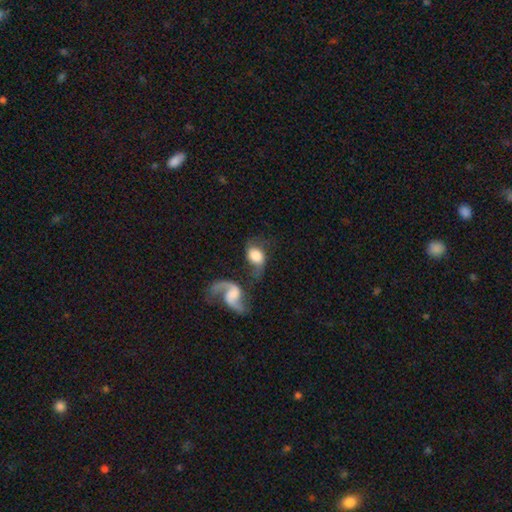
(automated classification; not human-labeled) This appears to be a smooth galaxy with no disk features (48%). Merging: merger (45%).